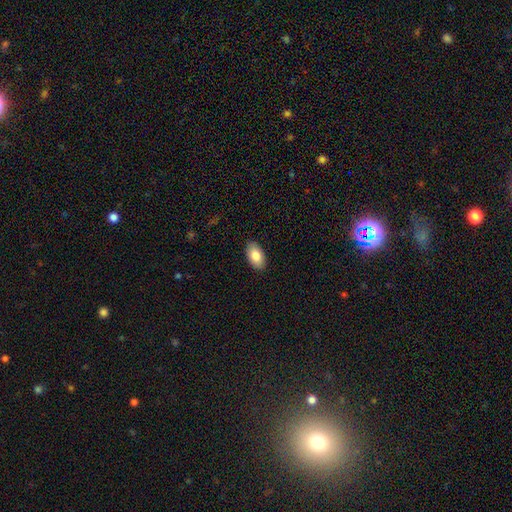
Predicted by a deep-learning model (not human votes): Smooth or featured? Predicted: smooth (p=0.84). How rounded? Predicted: in between (p=0.95). Merging? Predicted: none (p=0.89).